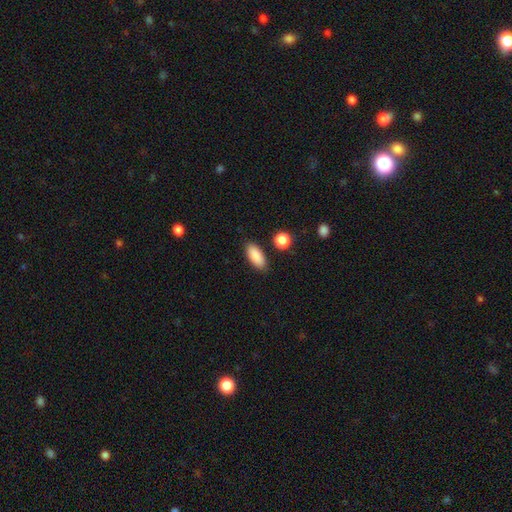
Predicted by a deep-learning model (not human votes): Morphology: type=smooth (89%); roundness=in between (83%); merging=none (86%).